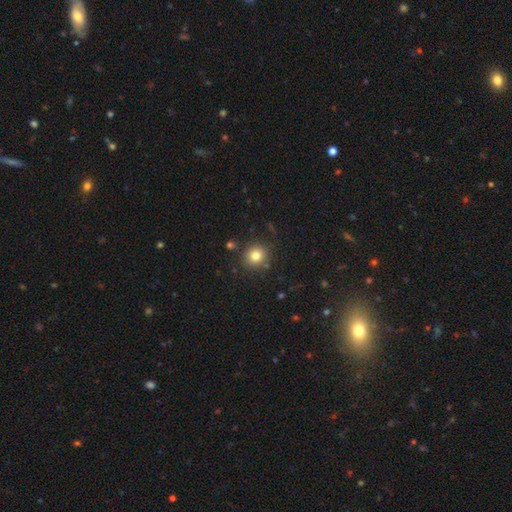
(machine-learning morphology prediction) Smooth or featured: smooth — 80% (star or artifact — 12%)
How rounded: round — 89% (in between — 10%)
Merging: none — 85% (minor disturbance — 8%)